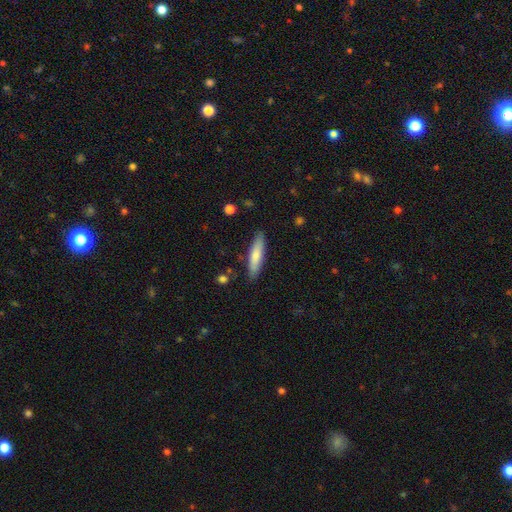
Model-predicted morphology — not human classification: smooth-or-featured: smooth: 75% | featured or disk: 19% | star or artifact: 5%
  how-rounded: cigar-shaped: 76% | in between: 22% | round: 1%
  merging: none: 86% | minor disturbance: 10% | major disturbance: 2% | merger: 1%